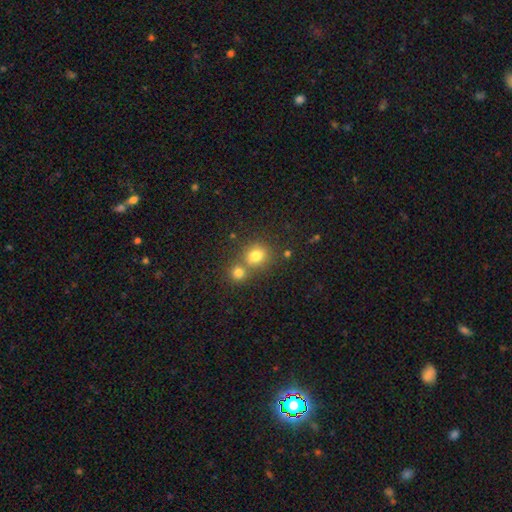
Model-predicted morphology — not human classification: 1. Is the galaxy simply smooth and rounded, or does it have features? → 77% smooth, 14% star or artifact, 8% featured or disk.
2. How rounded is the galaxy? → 74% round, 25% in between, 1% cigar-shaped.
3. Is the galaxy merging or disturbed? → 51% none, 37% merger, 9% minor disturbance, 3% major disturbance.